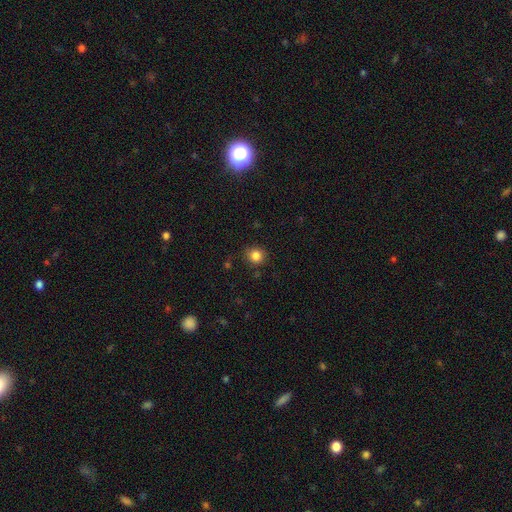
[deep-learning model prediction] Smooth or featured? smooth (83%)
How rounded? round (88%)
Merging? none (84%)